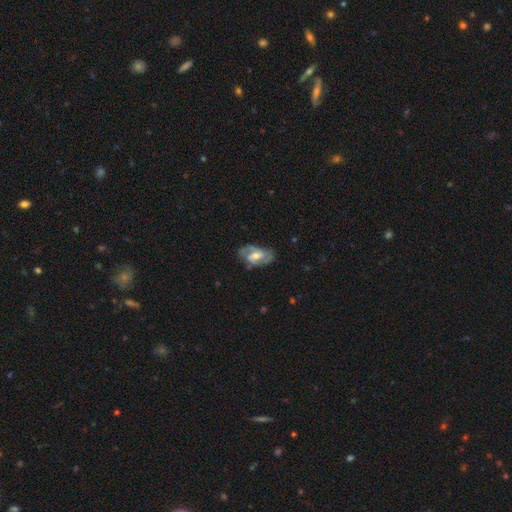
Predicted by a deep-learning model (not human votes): smooth-or-featured: featured or disk: 77% | smooth: 18% | star or artifact: 5%
  disk-edge-on: no: 95% | yes: 5%
    bar: weak: 47% | strong: 27% | no: 26%
    has-spiral-arms: yes: 87% | no: 13%
      spiral-winding: medium: 48% | tight: 33% | loose: 19%
      spiral-arm-count: 2: 77% | can't tell: 12% | 3: 4% | 1: 4% | 4: 1% | more than 4: 1%
    bulge-size: moderate: 61% | small: 30% | large: 6% | none: 2% | dominant: 1%
  merging: none: 70% | minor disturbance: 20% | major disturbance: 8% | merger: 2%